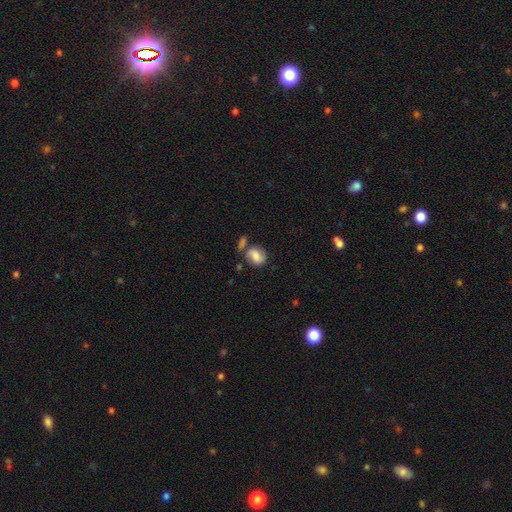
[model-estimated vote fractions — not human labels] smooth 72%, featured or disk 19%, star or artifact 9%. Down the decision tree: how rounded — round (50%); merging — none (51%).